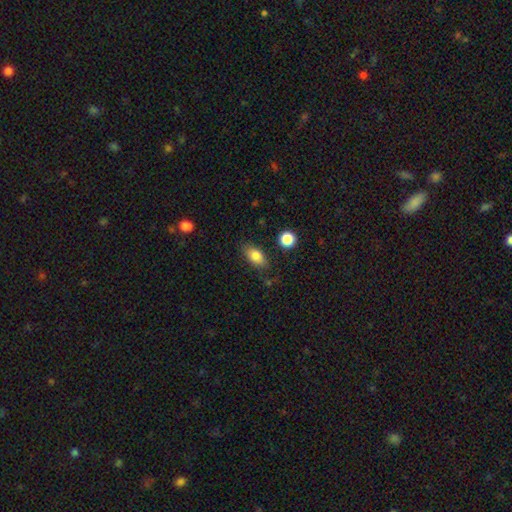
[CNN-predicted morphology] smooth-or-featured: smooth: 81% | featured or disk: 10% | star or artifact: 9%
  how-rounded: in between: 86% | round: 8% | cigar-shaped: 6%
  merging: none: 81% | minor disturbance: 13% | major disturbance: 3% | merger: 3%